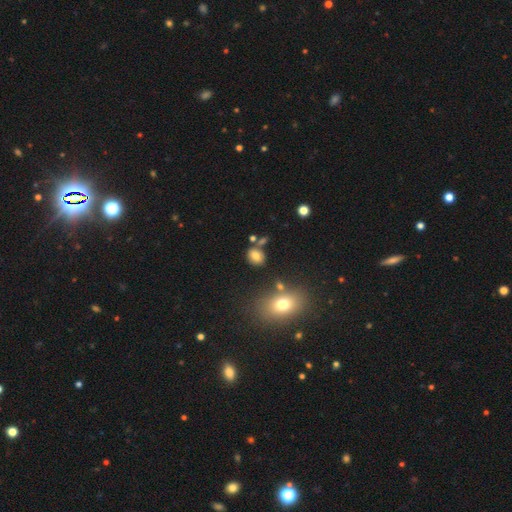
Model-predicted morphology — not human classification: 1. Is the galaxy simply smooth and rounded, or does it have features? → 77% smooth, 12% star or artifact, 11% featured or disk.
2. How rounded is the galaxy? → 55% in between, 43% round, 1% cigar-shaped.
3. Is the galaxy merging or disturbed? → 76% none, 12% minor disturbance, 9% merger, 4% major disturbance.